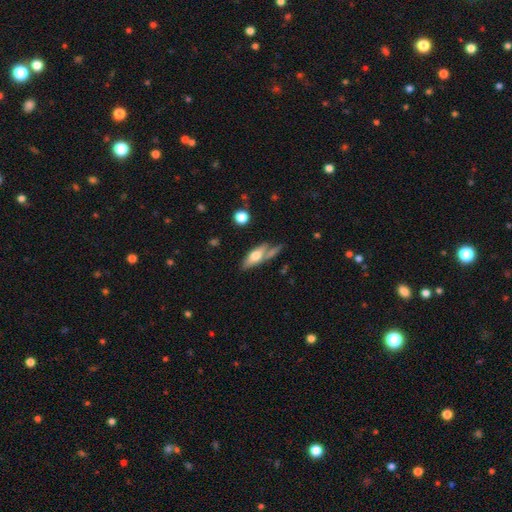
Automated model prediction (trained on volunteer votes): Overall: smooth (57%; featured or disk 36%). How rounded: in between (56%; cigar-shaped 41%). Merging: none (52%; merger 21%).